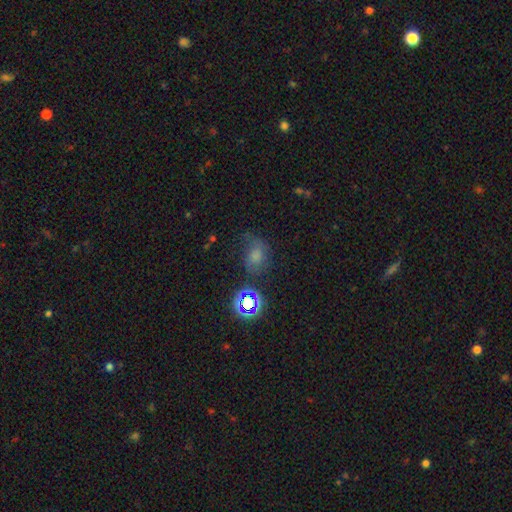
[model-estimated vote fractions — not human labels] smooth-or-featured: smooth: 38% | star or artifact: 35% | featured or disk: 27%
  merging: none: 51% | minor disturbance: 25% | major disturbance: 19% | merger: 5%